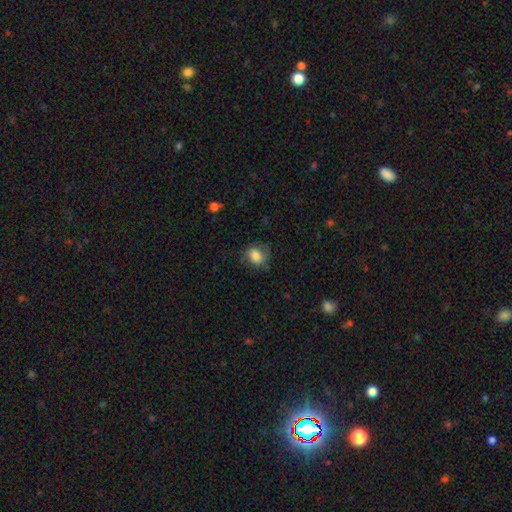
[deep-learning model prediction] Smooth or featured: smooth — 80% (featured or disk — 11%)
How rounded: in between — 51% (round — 48%)
Merging: none — 68% (minor disturbance — 22%)